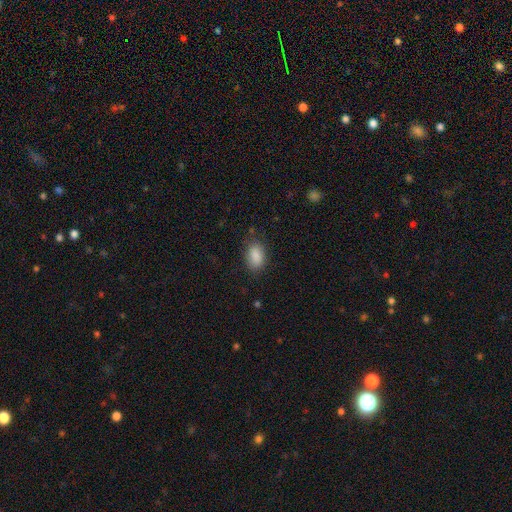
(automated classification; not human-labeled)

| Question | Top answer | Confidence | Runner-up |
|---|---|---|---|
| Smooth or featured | smooth | 88% | star or artifact (7%) |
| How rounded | in between | 90% | round (8%) |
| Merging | none | 81% | minor disturbance (14%) |